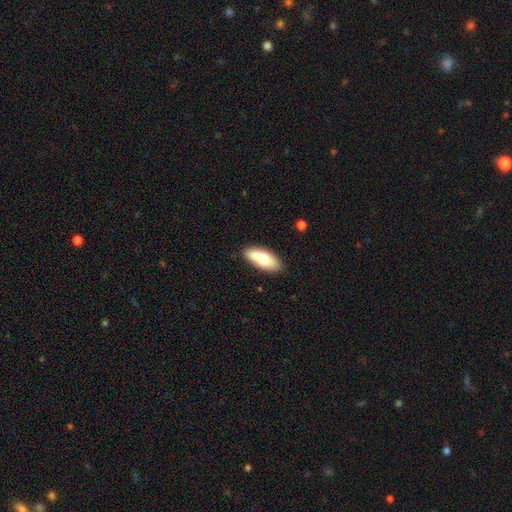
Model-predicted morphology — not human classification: Smooth or featured? smooth (66%)
How rounded? in between (81%)
Merging? none (53%)